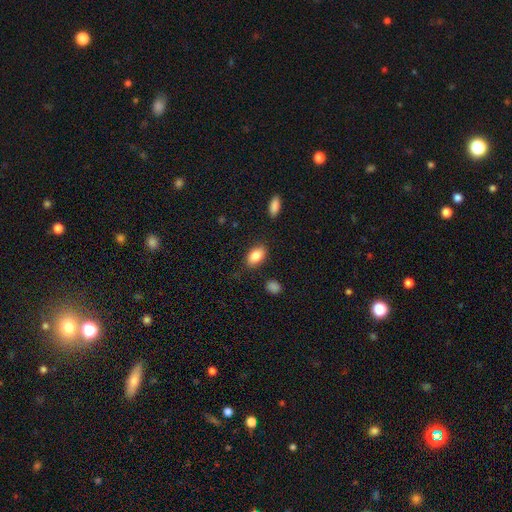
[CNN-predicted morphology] smooth_or_featured: smooth (p=0.85) [alt: featured or disk p=0.08]
how_rounded: in between (p=0.91) [alt: round p=0.07]
merging: none (p=0.82) [alt: minor disturbance p=0.12]